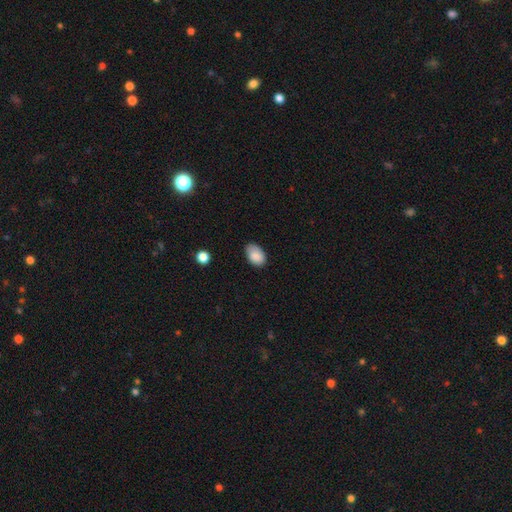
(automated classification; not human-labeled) Q: Smooth or featured?
A: smooth (87%); runner-up: star or artifact (8%)
Q: How rounded?
A: in between (88%); runner-up: round (11%)
Q: Merging?
A: none (69%); runner-up: minor disturbance (25%)